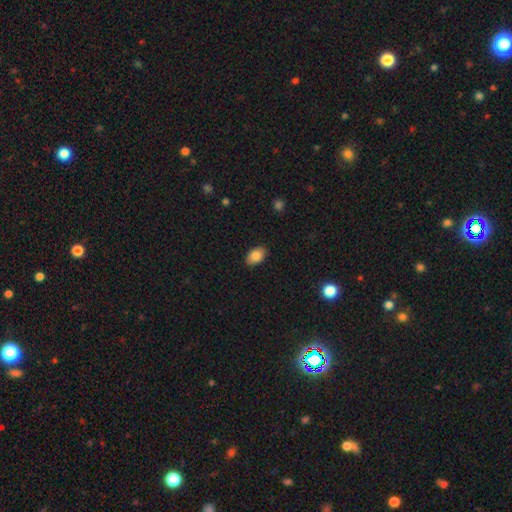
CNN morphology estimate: smooth 84%, featured or disk 9%, star or artifact 8%. Down the decision tree: how rounded — in between (87%); merging — none (87%).